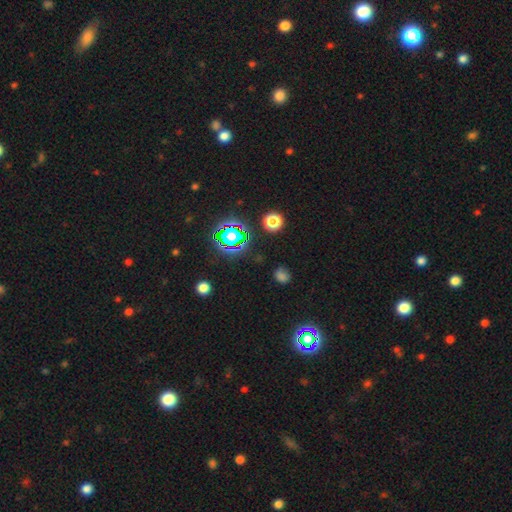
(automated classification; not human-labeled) Q: Smooth or featured?
A: star or artifact (71%); runner-up: smooth (21%)